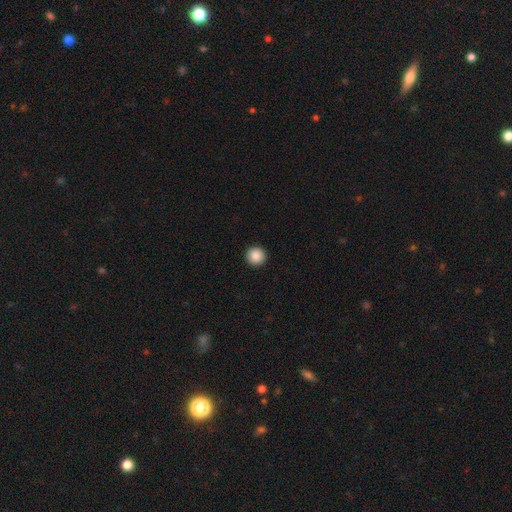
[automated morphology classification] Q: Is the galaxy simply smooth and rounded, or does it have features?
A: smooth — 88%.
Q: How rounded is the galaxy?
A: round — 95%.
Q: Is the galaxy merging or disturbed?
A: none — 93%.